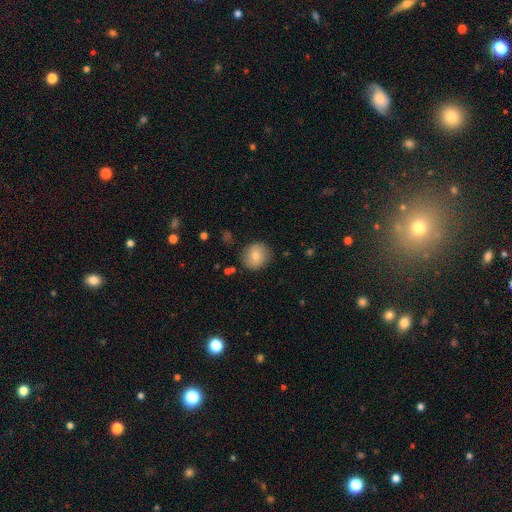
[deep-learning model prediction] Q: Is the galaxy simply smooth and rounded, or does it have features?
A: smooth — 75%.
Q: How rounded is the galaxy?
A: round — 80%.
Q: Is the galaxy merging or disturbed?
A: none — 84%.